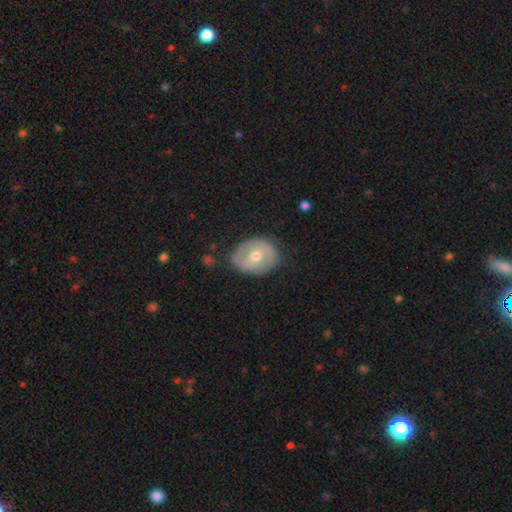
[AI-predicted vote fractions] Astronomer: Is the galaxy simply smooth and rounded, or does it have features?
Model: featured or disk — 52% (runner-up: smooth, 42%).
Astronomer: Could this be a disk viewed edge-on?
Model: no — 94%.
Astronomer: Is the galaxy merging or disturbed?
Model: none — 77%.